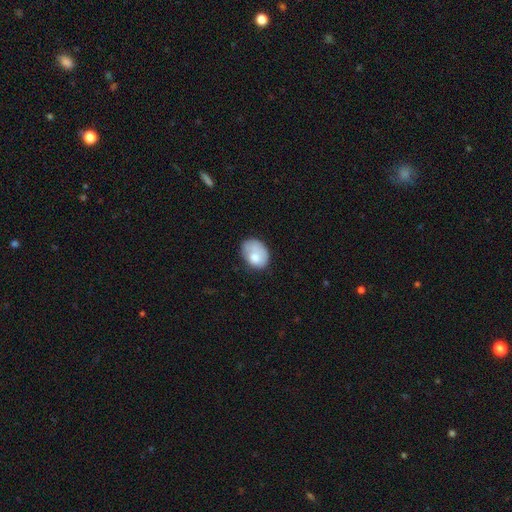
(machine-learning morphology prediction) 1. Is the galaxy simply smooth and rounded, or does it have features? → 75% smooth, 18% featured or disk, 7% star or artifact.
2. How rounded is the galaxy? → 73% in between, 26% round, 1% cigar-shaped.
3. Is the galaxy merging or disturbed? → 47% none, 32% minor disturbance, 16% major disturbance, 5% merger.